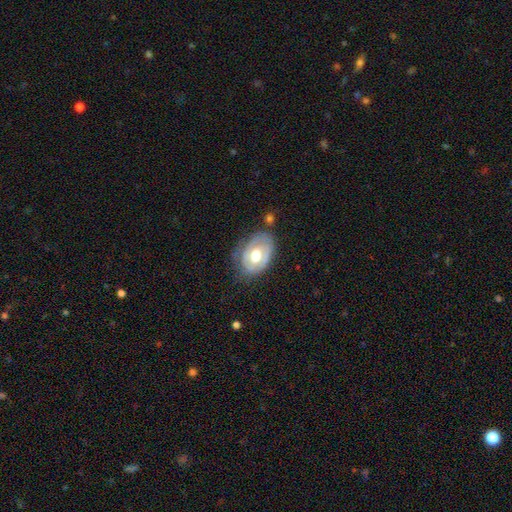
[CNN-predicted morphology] Smooth or featured? featured or disk (59%)
Edge-on disk? no (92%)
Bar? no (64%)
Spiral arms? no (55%)
Bulge size? moderate (69%)
Merging? none (62%)